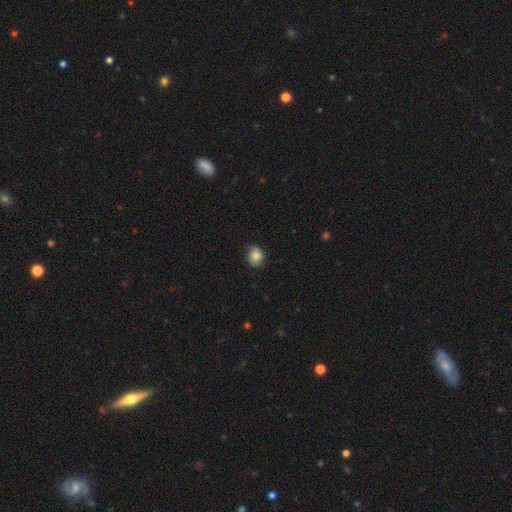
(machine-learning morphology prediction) smooth 70%, featured or disk 21%, star or artifact 9%. Down the decision tree: how rounded — round (63%); merging — none (61%).